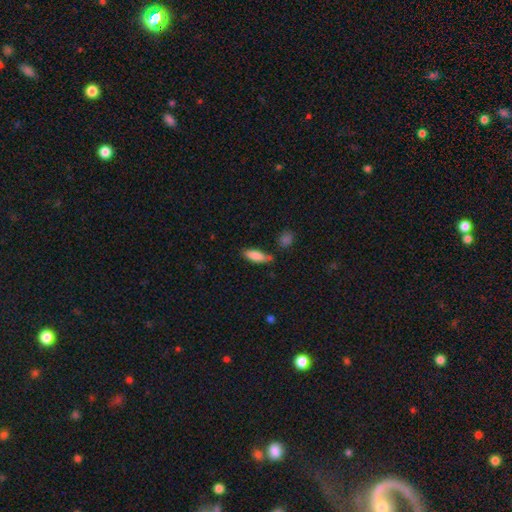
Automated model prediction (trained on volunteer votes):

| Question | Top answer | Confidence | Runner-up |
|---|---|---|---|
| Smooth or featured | smooth | 83% | featured or disk (10%) |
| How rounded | in between | 62% | cigar-shaped (36%) |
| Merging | none | 65% | minor disturbance (22%) |